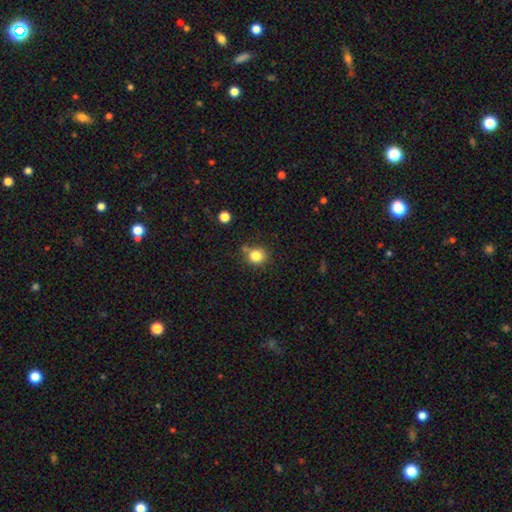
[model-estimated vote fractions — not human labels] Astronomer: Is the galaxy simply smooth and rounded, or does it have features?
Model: smooth — 82%.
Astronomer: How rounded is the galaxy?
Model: round — 83%.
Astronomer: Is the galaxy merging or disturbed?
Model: none — 69%.